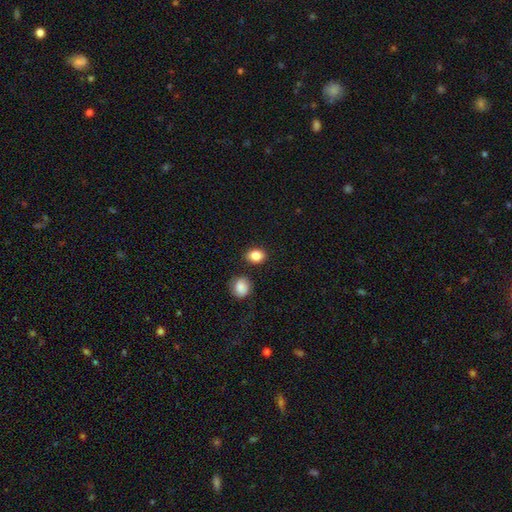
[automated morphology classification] This is clearly a smooth galaxy (85%). How rounded: possibly in between (55%). Merging: clearly none (80%).